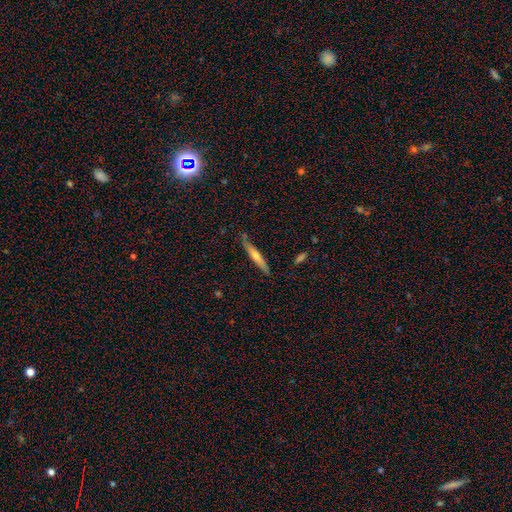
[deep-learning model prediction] Q: Smooth or featured?
A: featured or disk (55%); runner-up: smooth (38%)
Q: Edge-on disk?
A: yes (95%); runner-up: no (5%)
Q: Edge-on bulge?
A: rounded (79%); runner-up: none (17%)
Q: Merging?
A: none (85%); runner-up: minor disturbance (12%)